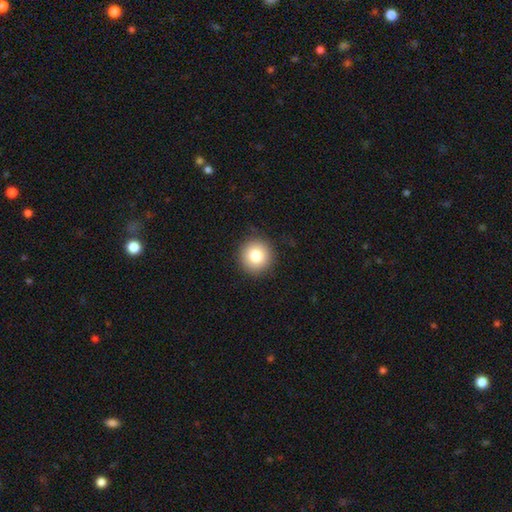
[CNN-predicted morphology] type=smooth (81%); roundness=round (95%); merging=none (91%).